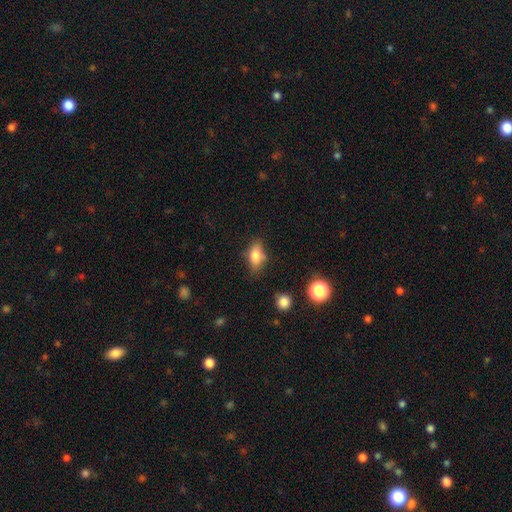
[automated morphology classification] smooth 79%, featured or disk 12%, star or artifact 9%. Down the decision tree: how rounded — in between (84%); merging — none (71%).